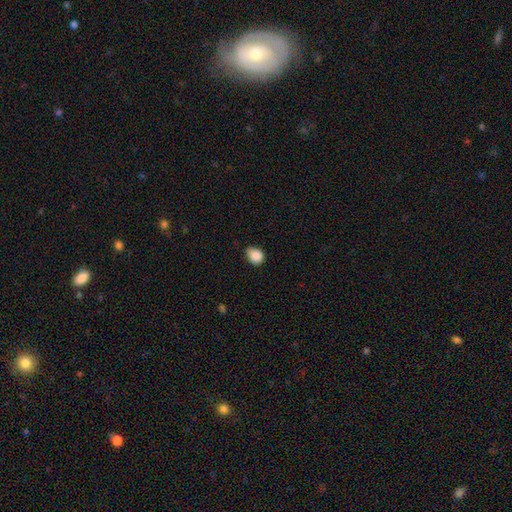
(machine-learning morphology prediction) Overall: smooth (88%). How rounded: round (50%; in between 49%). Merging: none (62%; minor disturbance 32%).